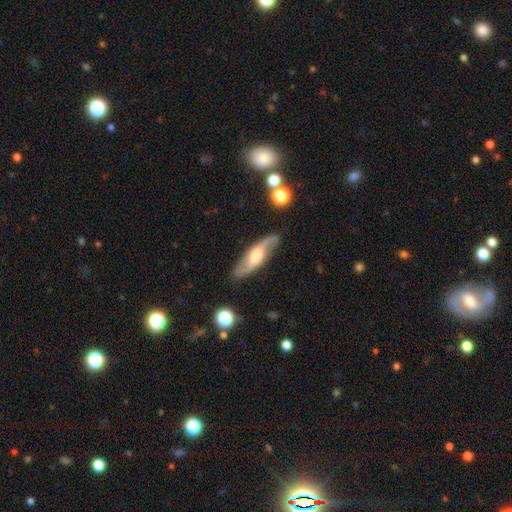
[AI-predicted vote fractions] Smooth or featured? Predicted: featured or disk (p=0.69). Edge-on disk? Predicted: no (p=0.71). Merging? Predicted: none (p=0.83).